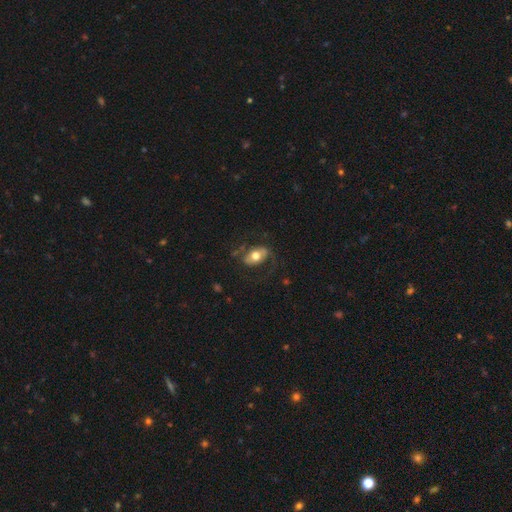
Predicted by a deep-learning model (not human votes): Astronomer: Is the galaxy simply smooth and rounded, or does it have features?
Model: smooth — 50% (runner-up: featured or disk, 43%).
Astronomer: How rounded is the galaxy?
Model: in between — 88%.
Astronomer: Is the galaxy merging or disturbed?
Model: none — 61%.